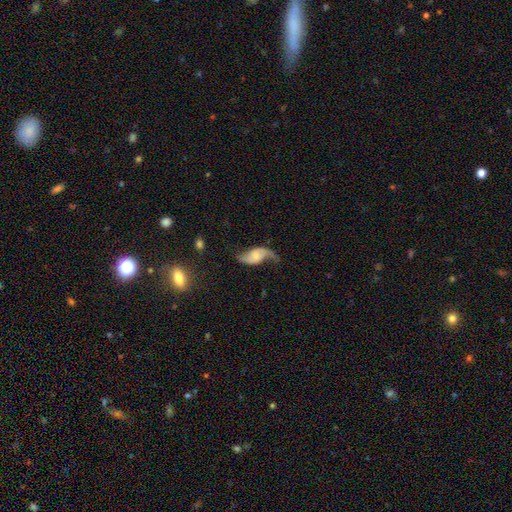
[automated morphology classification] Smooth or featured: featured or disk — 75% (smooth — 18%)
Edge-on disk: no — 95% (yes — 5%)
Bar: no — 51% (weak — 37%)
Spiral arms: yes — 93% (no — 7%)
Spiral winding: loose — 83% (medium — 13%)
Spiral arm count: 2 — 87% (1 — 7%)
Bulge size: small — 37% (moderate — 28%)
Merging: none — 54% (minor disturbance — 24%)